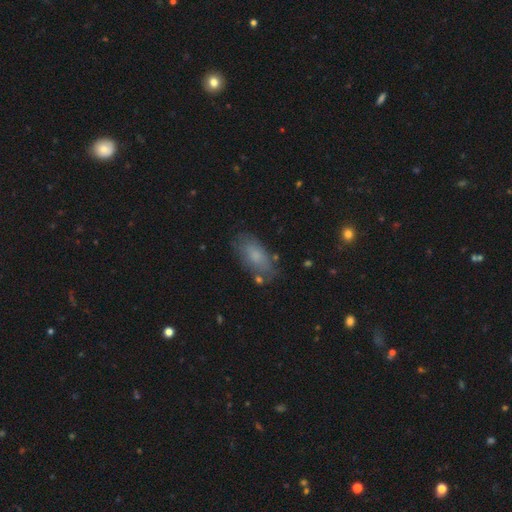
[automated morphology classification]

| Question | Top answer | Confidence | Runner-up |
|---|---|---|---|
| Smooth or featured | smooth | 74% | featured or disk (18%) |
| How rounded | in between | 90% | cigar-shaped (7%) |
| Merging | none | 73% | minor disturbance (18%) |